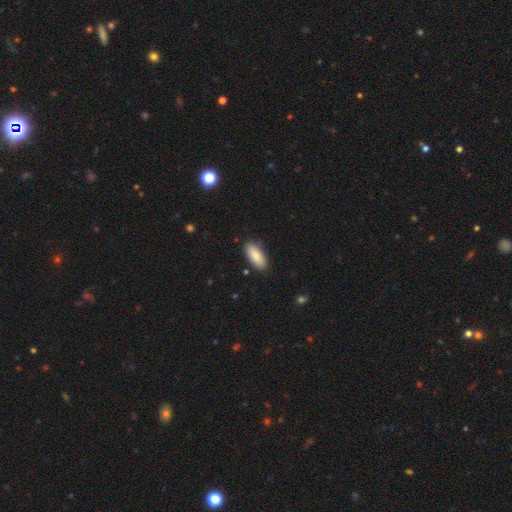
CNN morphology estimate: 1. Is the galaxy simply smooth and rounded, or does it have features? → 86% smooth, 8% featured or disk, 6% star or artifact.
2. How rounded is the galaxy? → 80% in between, 19% cigar-shaped, 2% round.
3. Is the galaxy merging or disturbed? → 87% none, 10% minor disturbance, 2% major disturbance, 1% merger.